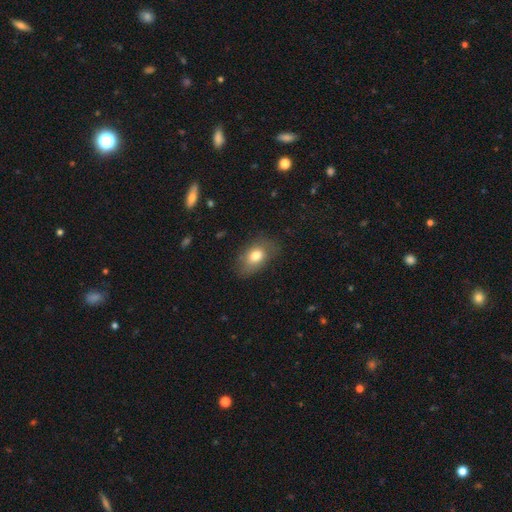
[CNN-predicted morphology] smooth_or_featured: smooth (p=0.77) [alt: featured or disk p=0.14]
how_rounded: in between (p=0.84) [alt: round p=0.14]
merging: none (p=0.71) [alt: minor disturbance p=0.21]